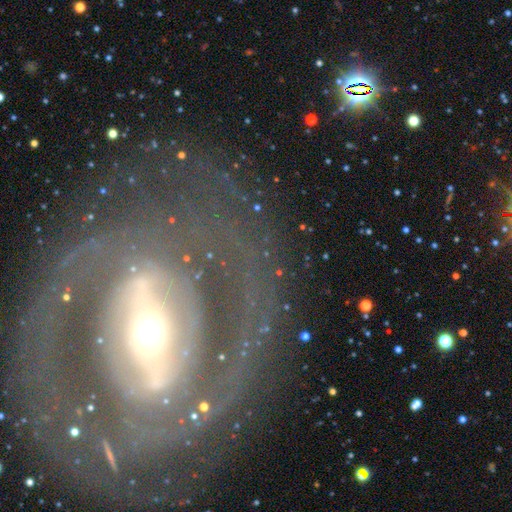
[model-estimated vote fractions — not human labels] Smooth or featured? featured or disk (80%)
Edge-on disk? no (91%)
Bar? strong (58%)
Spiral arms? yes (62%)
Bulge size? moderate (53%)
Merging? none (74%)